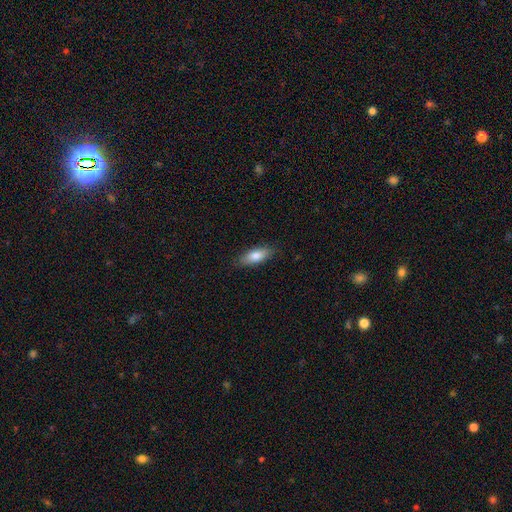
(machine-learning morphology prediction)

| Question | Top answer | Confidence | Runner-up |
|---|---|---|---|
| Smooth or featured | smooth | 80% | featured or disk (14%) |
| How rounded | in between | 72% | cigar-shaped (26%) |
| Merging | none | 85% | minor disturbance (11%) |